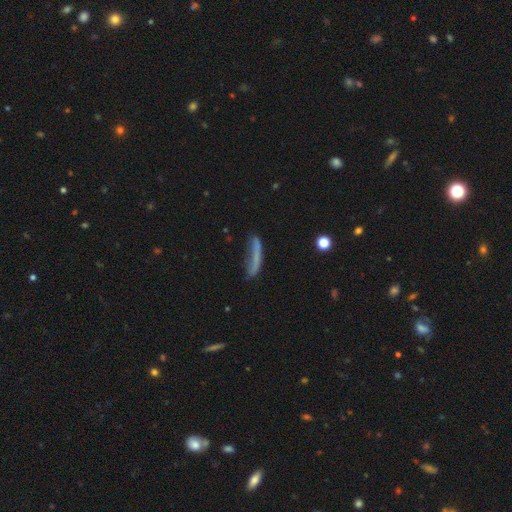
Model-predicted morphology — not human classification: Smooth or featured?
  - smooth: 59% *
  - featured or disk: 31%
  - star or artifact: 10%
How rounded?
  - cigar-shaped: 88% *
  - in between: 10%
  - round: 2%
Merging?
  - none: 49% *
  - minor disturbance: 27%
  - major disturbance: 17%
  - merger: 6%